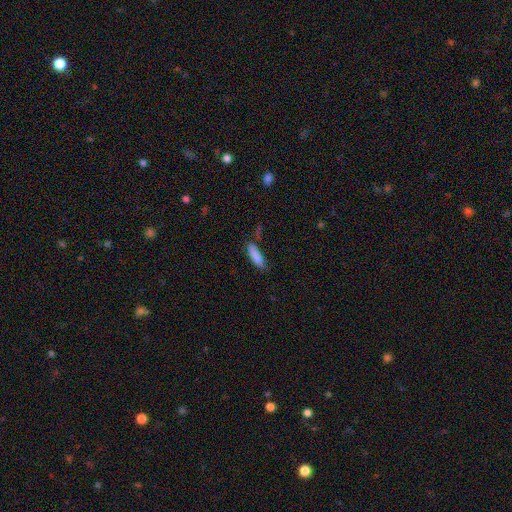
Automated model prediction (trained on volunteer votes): A smooth galaxy with no disk features (85%) that is cigar-shaped (64%).

Vote fractions:
- Smooth or featured? smooth: 85% / featured or disk: 8% / star or artifact: 7%
- How rounded? cigar-shaped: 64% / in between: 34% / round: 2%
- Merging? none: 68% / minor disturbance: 21% / merger: 6% / major disturbance: 5%